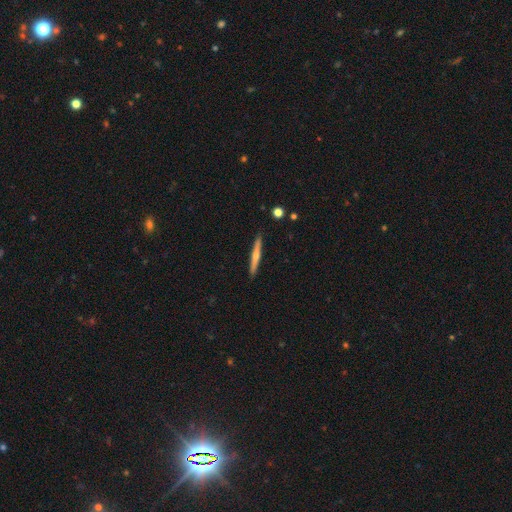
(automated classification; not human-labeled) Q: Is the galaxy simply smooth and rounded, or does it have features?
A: featured or disk — 50%.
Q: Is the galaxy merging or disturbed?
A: none — 91%.